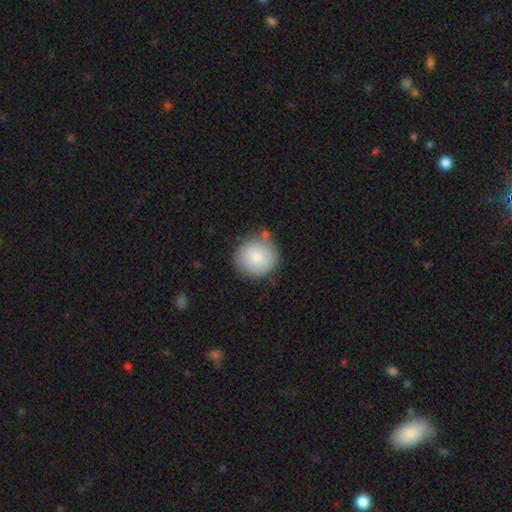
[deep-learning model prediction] Overall: smooth (81%). How rounded: round (92%). Merging: none (77%).